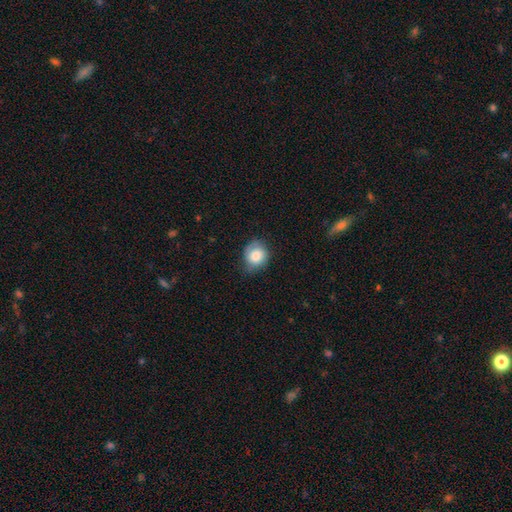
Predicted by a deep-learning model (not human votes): Smooth or featured: smooth — 79% (featured or disk — 13%)
How rounded: round — 74% (in between — 25%)
Merging: none — 64% (minor disturbance — 28%)